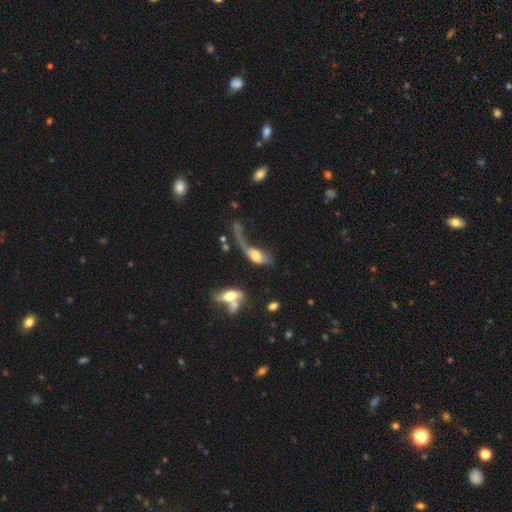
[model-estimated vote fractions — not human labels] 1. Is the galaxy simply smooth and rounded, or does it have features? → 54% smooth, 38% featured or disk, 8% star or artifact.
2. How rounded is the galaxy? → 81% in between, 11% cigar-shaped, 8% round.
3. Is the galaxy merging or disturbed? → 49% major disturbance, 26% merger, 14% none, 11% minor disturbance.